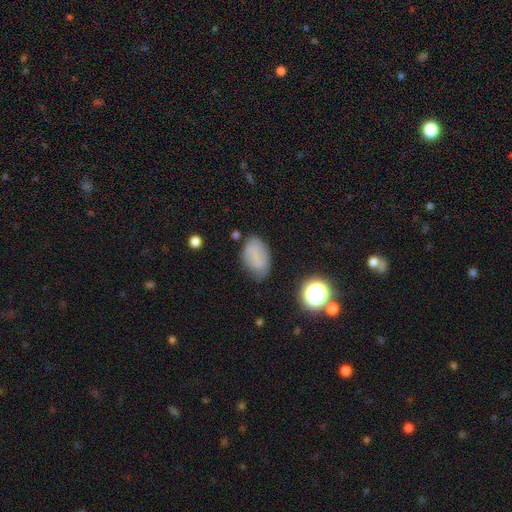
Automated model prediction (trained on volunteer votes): The model was most divided on "smooth or featured": smooth: 61%, featured or disk: 27%, star or artifact: 12%. More confident: how rounded — in between (87%); merging — none (67%).